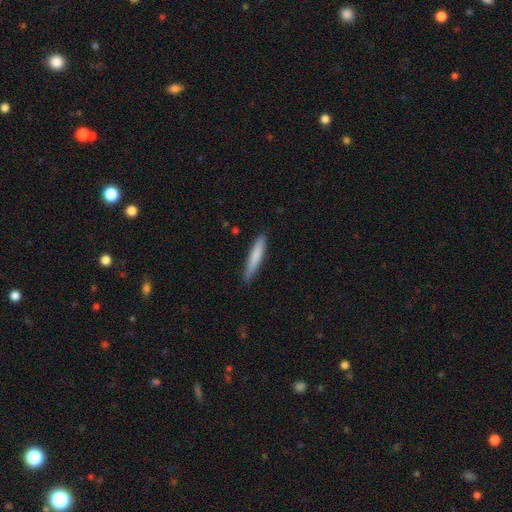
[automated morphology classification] Smooth or featured: smooth — 76% (featured or disk — 18%)
How rounded: cigar-shaped — 92% (in between — 7%)
Merging: none — 82% (minor disturbance — 14%)